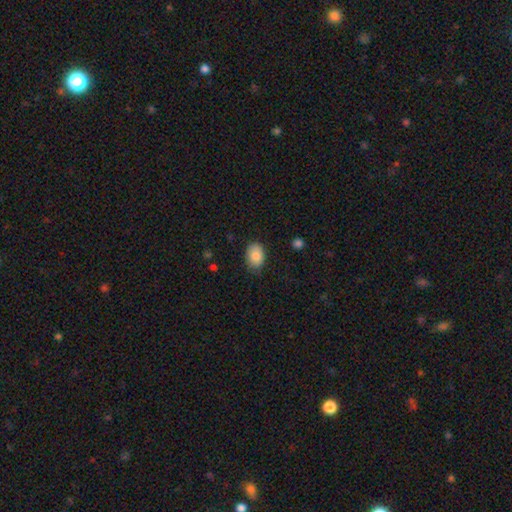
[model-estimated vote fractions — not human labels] smooth-or-featured: smooth: 86% | star or artifact: 7% | featured or disk: 6%
  how-rounded: in between: 84% | round: 15% | cigar-shaped: 1%
  merging: none: 78% | minor disturbance: 18% | major disturbance: 3% | merger: 1%